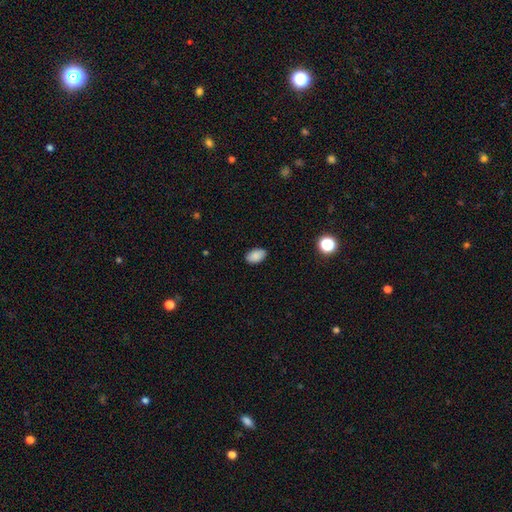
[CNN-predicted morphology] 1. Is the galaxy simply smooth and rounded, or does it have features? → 87% smooth, 9% star or artifact, 4% featured or disk.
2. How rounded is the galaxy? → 91% in between, 7% round, 1% cigar-shaped.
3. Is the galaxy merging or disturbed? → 87% none, 10% minor disturbance, 2% major disturbance, 1% merger.